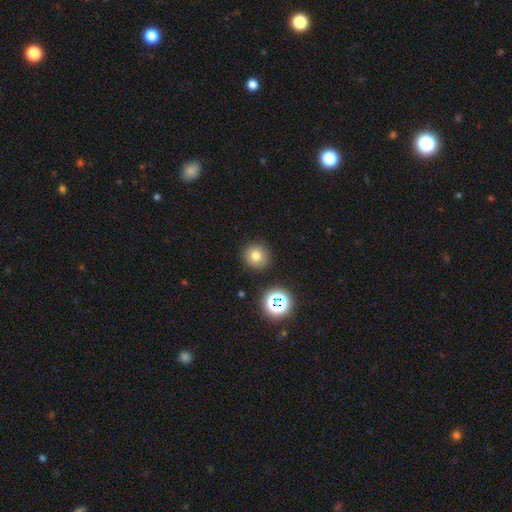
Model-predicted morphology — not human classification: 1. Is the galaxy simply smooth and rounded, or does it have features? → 75% smooth, 17% star or artifact, 9% featured or disk.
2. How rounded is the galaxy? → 92% round, 7% in between, 1% cigar-shaped.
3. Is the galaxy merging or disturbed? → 90% none, 6% minor disturbance, 2% merger, 2% major disturbance.